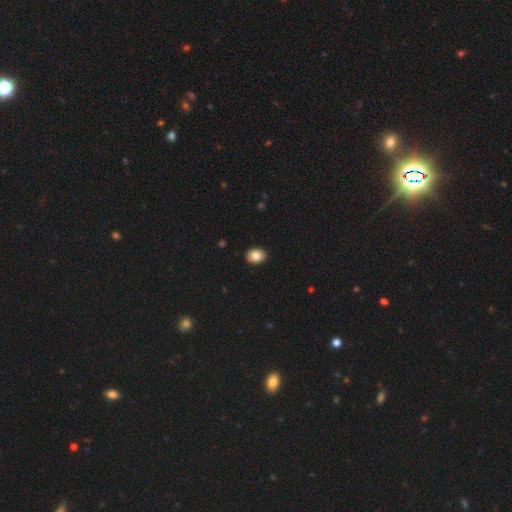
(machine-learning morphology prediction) A smooth galaxy with no disk features (83%) that is in between round and cigar-shaped (68%). Merging: none (91%).